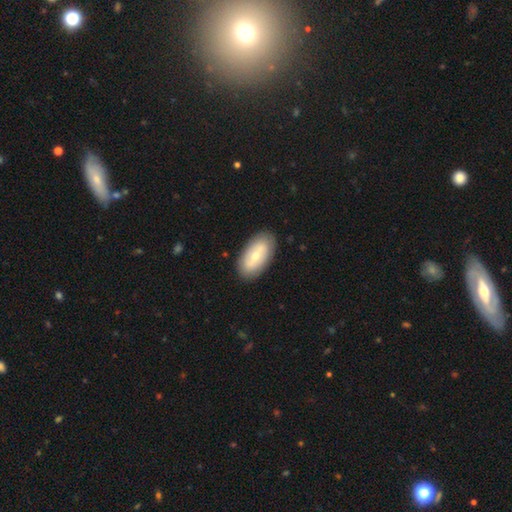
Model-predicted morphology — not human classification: The model was most divided on "smooth or featured": smooth: 55%, featured or disk: 39%, star or artifact: 6%. More confident: how rounded — in between (92%); merging — none (87%).